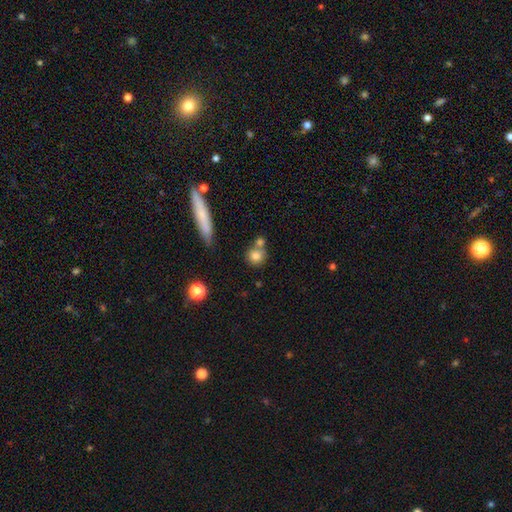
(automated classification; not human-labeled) smooth 78%, featured or disk 12%, star or artifact 11%. Down the decision tree: how rounded — round (84%); merging — none (55%).